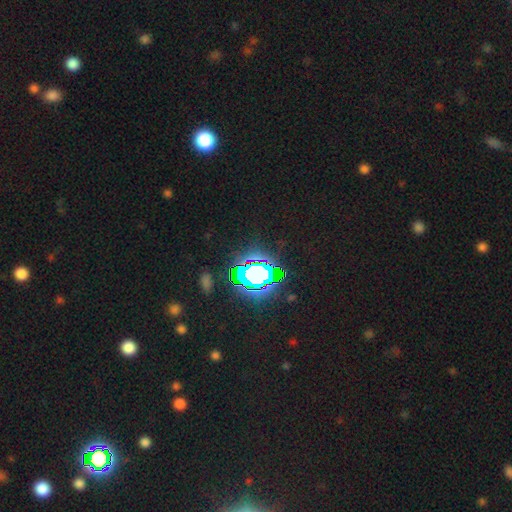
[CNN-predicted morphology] A star or artifact, not a galaxy (83%).

Vote fractions:
- Smooth or featured? star or artifact: 83% / smooth: 10% / featured or disk: 7%